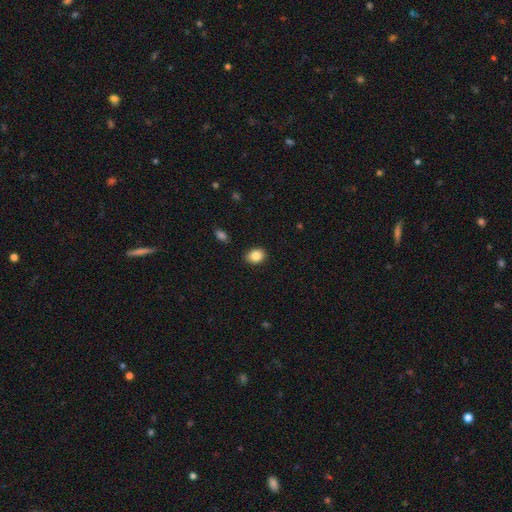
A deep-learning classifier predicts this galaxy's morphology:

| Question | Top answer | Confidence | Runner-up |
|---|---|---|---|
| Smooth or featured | smooth | 85% | star or artifact (9%) |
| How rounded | in between | 57% | round (42%) |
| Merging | none | 88% | minor disturbance (9%) |